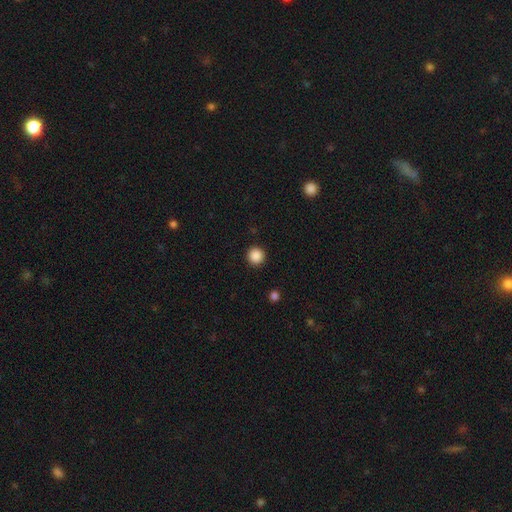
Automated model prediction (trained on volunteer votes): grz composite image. It shows a smooth galaxy with no disk features (87%) that is round (96%). Merging: none (92%).